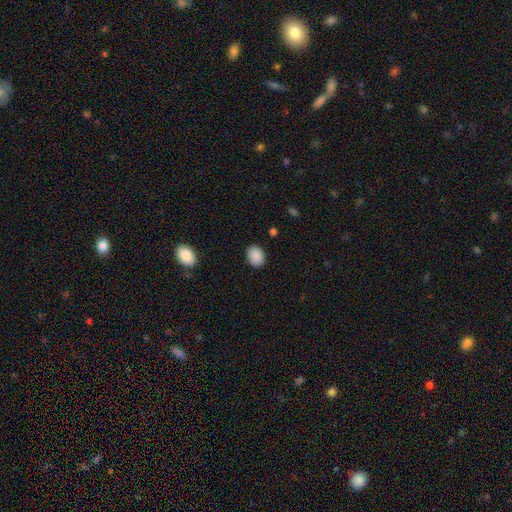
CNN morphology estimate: type=smooth (89%); roundness=in between (60%); merging=none (88%).